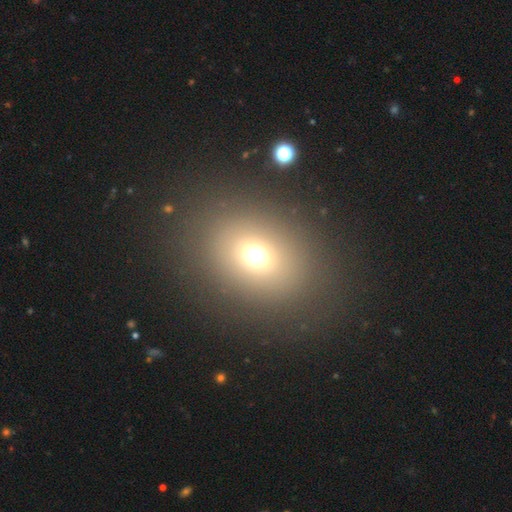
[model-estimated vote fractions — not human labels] A smooth galaxy with no disk features (68%) that is round (53%). Merging: none (83%).